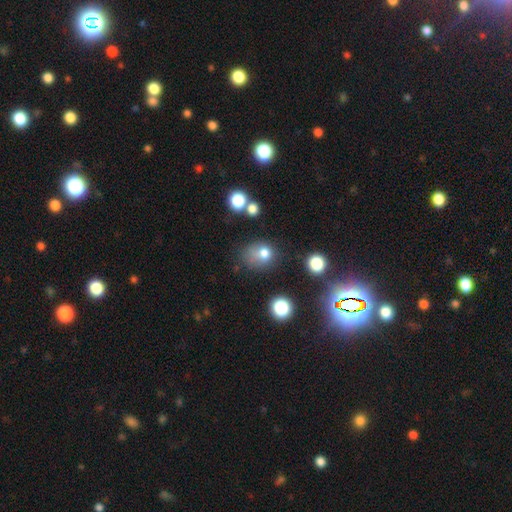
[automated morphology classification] Overall: smooth (72%). How rounded: round (61%; in between 38%). Merging: none (51%; minor disturbance 25%).